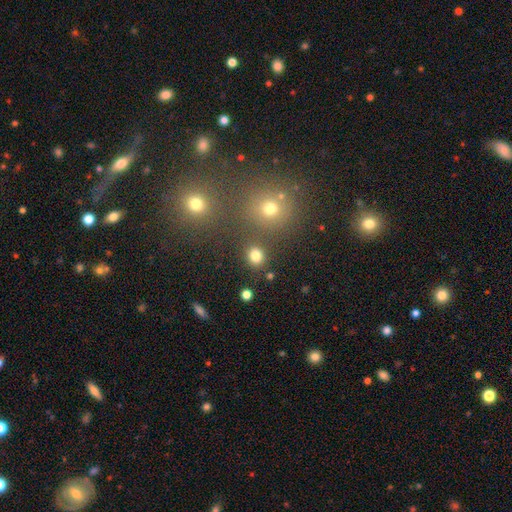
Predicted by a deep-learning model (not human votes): Smooth or featured? Predicted: smooth (p=0.79). How rounded? Predicted: round (p=0.81). Merging? Predicted: none (p=0.82).